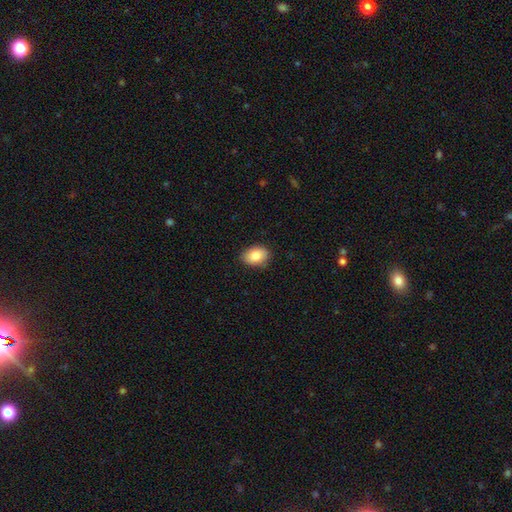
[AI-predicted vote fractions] Q: Smooth or featured?
A: smooth (82%); runner-up: featured or disk (10%)
Q: How rounded?
A: in between (75%); runner-up: round (24%)
Q: Merging?
A: none (84%); runner-up: minor disturbance (12%)